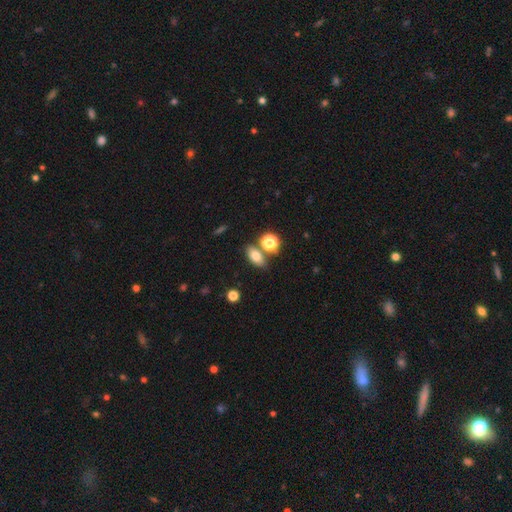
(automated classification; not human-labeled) A smooth galaxy with no disk features (75%) that is in between round and cigar-shaped (79%). Merging: none (69%).